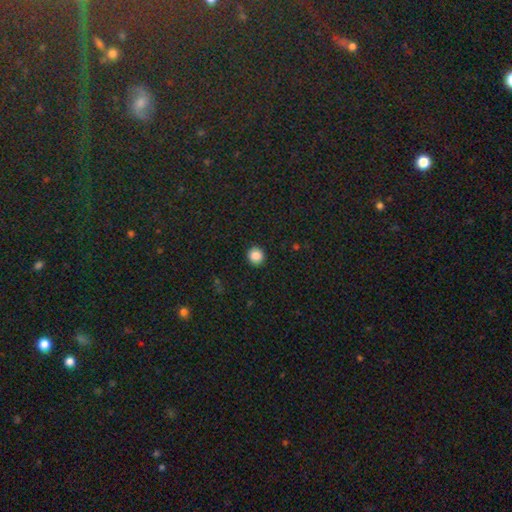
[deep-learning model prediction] smooth-or-featured: smooth: 86% | star or artifact: 10% | featured or disk: 4%
  how-rounded: round: 86% | in between: 13% | cigar-shaped: 1%
  merging: none: 91% | minor disturbance: 6% | major disturbance: 2% | merger: 1%